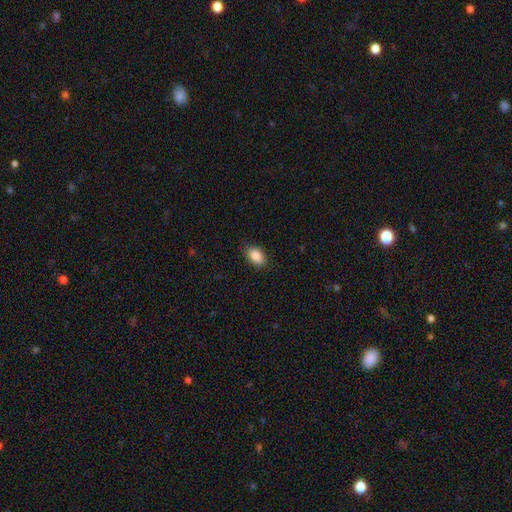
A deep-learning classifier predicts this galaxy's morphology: Smooth or featured? Predicted: smooth (p=0.88). How rounded? Predicted: in between (p=0.90). Merging? Predicted: none (p=0.85).